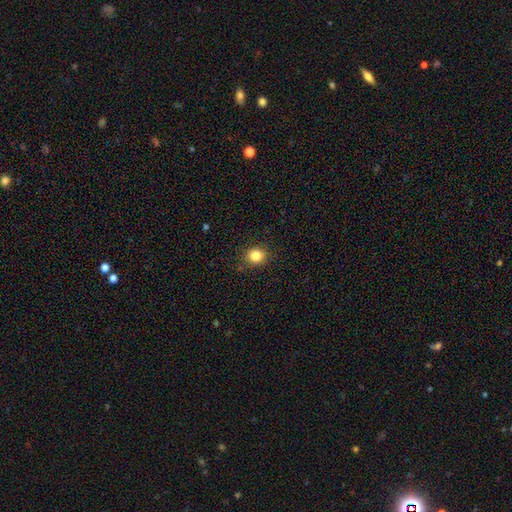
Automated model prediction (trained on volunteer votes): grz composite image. It shows a smooth galaxy with no disk features (84%) that is round (76%). Merging: none (86%).